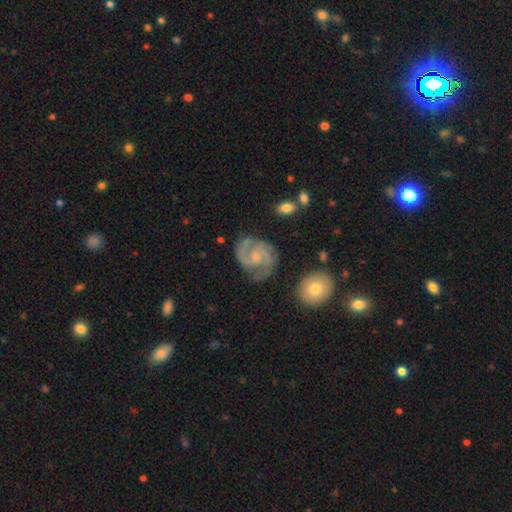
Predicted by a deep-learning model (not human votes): smooth_or_featured: featured or disk (p=0.86) [alt: smooth p=0.09]
disk_edge_on: no (p=0.98) [alt: yes p=0.02]
bar: no (p=0.60) [alt: weak p=0.35]
has_spiral_arms: yes (p=0.97) [alt: no p=0.03]
spiral_winding: medium (p=0.50) [alt: tight p=0.38]
spiral_arm_count: 2 (p=0.75) [alt: 3 p=0.12]
bulge_size: small (p=0.61) [alt: moderate p=0.29]
merging: none (p=0.73) [alt: minor disturbance p=0.17]